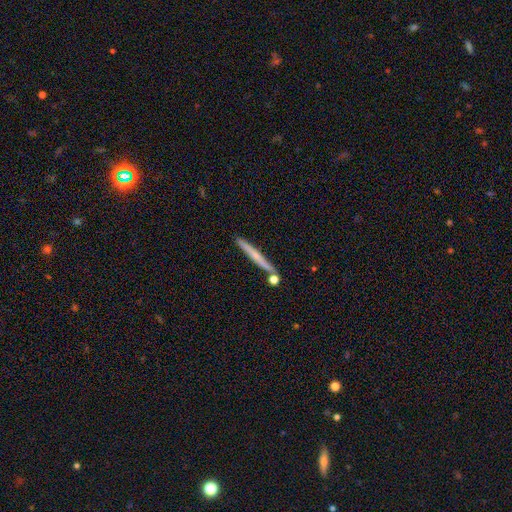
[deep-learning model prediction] Smooth or featured: smooth — 51% (featured or disk — 43%)
How rounded: cigar-shaped — 96% (in between — 2%)
Merging: none — 81% (minor disturbance — 9%)